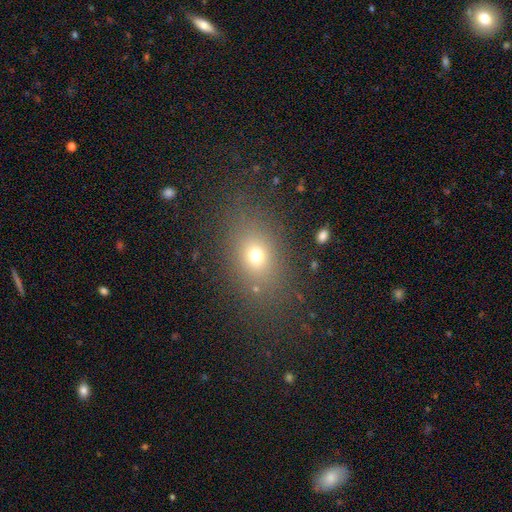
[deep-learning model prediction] This appears to be a smooth galaxy with no disk features (68%) that is in between round and cigar-shaped (67%). Merging: none (79%).